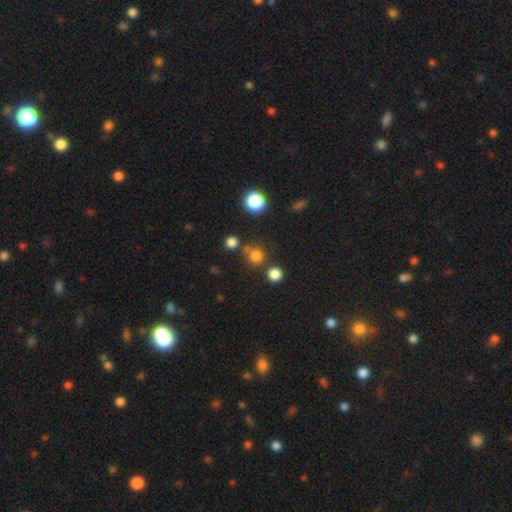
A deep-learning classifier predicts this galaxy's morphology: A smooth galaxy with no disk features (76%) that is round (91%). Merging: none (73%).